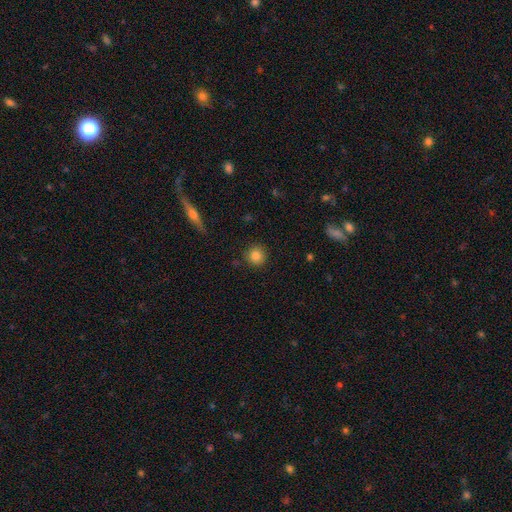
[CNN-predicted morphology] Smooth or featured: smooth — 84% (star or artifact — 10%)
How rounded: round — 92% (in between — 6%)
Merging: none — 88% (minor disturbance — 8%)